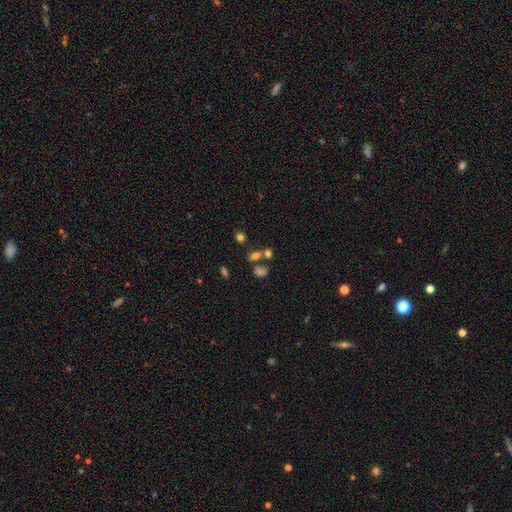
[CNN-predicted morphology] This appears to be a smooth galaxy with no disk features (69%) that is in between round and cigar-shaped (63%). Merging: none (46%).